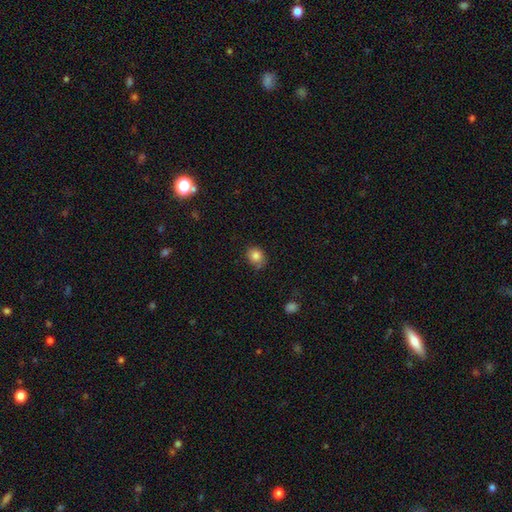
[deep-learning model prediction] A smooth galaxy with no disk features (83%) that is round (67%). Merging: none (73%).